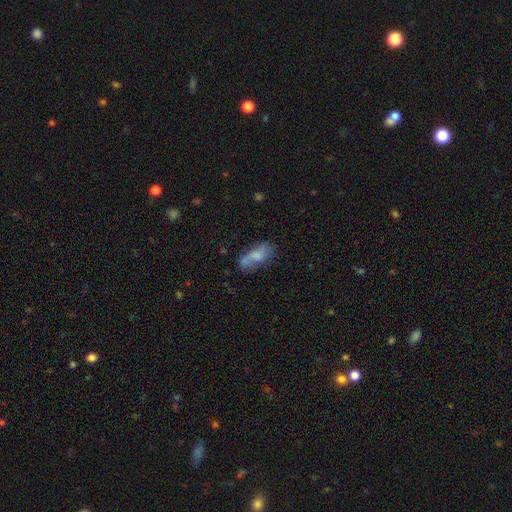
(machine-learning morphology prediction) Smooth or featured? Predicted: smooth (p=0.66). How rounded? Predicted: in between (p=0.80). Merging? Predicted: none (p=0.49).